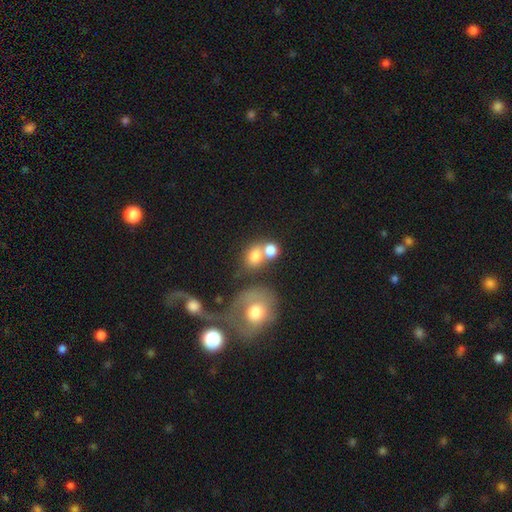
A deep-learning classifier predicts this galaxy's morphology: smooth_or_featured: smooth (p=0.73) [alt: featured or disk p=0.15]
how_rounded: round (p=0.54) [alt: in between p=0.44]
merging: merger (p=0.51) [alt: none p=0.31]